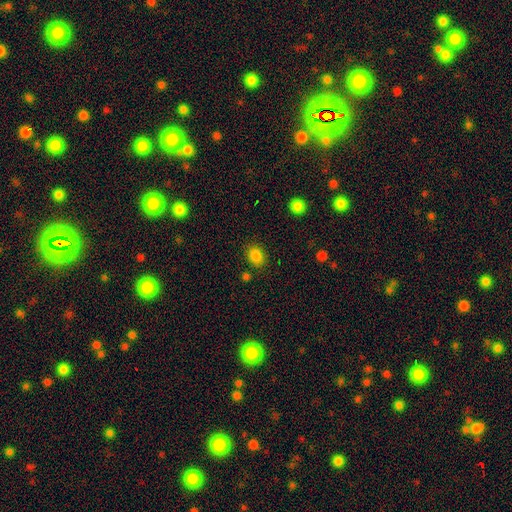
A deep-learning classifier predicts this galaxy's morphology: Smooth or featured? Predicted: smooth (p=0.85). How rounded? Predicted: in between (p=0.54). Merging? Predicted: none (p=0.83).